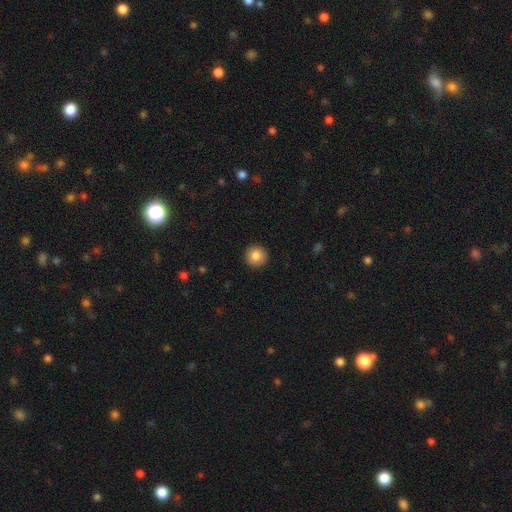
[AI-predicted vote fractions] Smooth or featured? Predicted: smooth (p=0.85). How rounded? Predicted: round (p=0.95). Merging? Predicted: none (p=0.93).